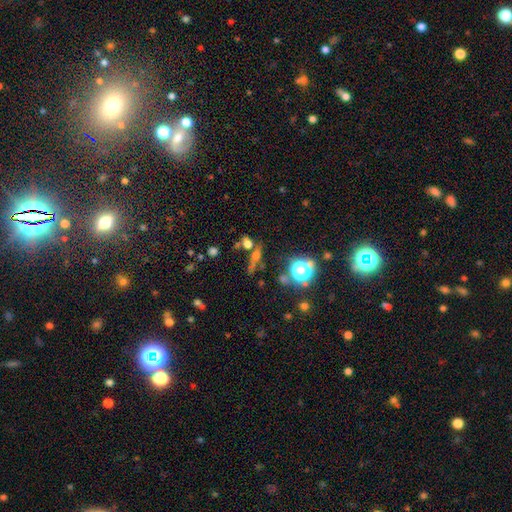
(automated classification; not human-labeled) smooth-or-featured: smooth: 40% | star or artifact: 33% | featured or disk: 27%
  merging: none: 60% | merger: 18% | minor disturbance: 13% | major disturbance: 9%